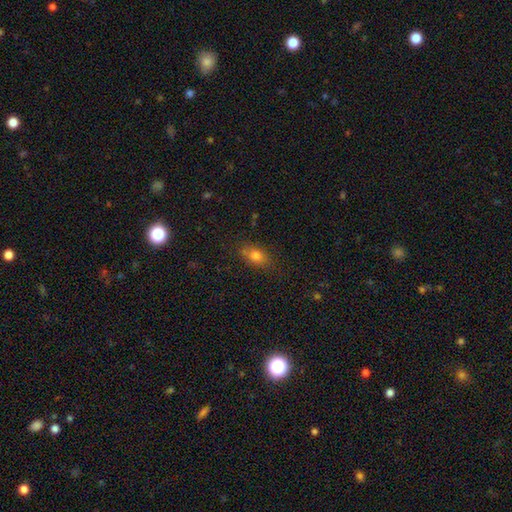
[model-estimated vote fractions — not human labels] Smooth or featured? Predicted: smooth (p=0.76). How rounded? Predicted: in between (p=0.74). Merging? Predicted: none (p=0.74).